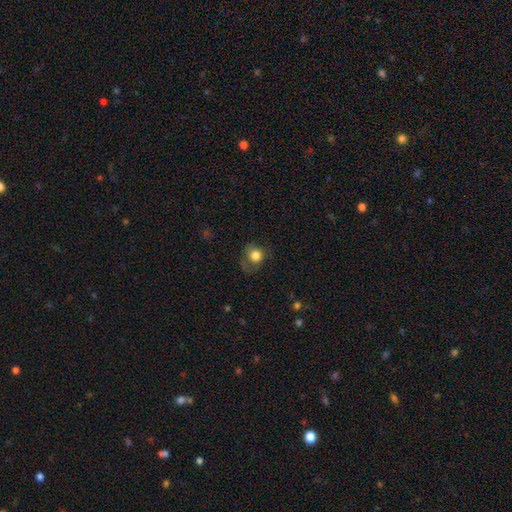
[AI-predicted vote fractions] Smooth or featured? Predicted: smooth (p=0.75). How rounded? Predicted: round (p=0.74). Merging? Predicted: none (p=0.50).